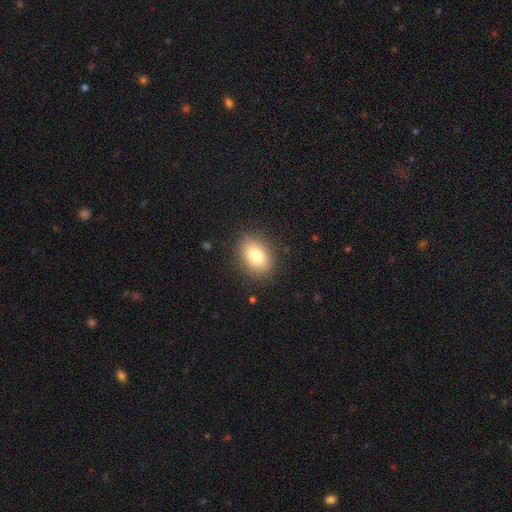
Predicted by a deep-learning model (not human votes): Morphology: type=smooth (81%); roundness=in between (74%); merging=none (86%).